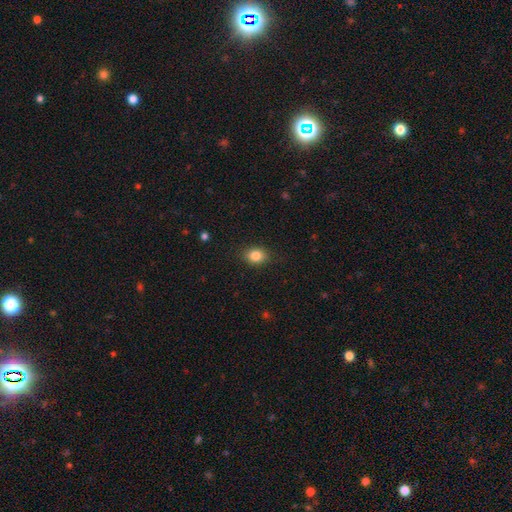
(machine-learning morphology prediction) smooth_or_featured: smooth (p=0.83) [alt: star or artifact p=0.10]
how_rounded: in between (p=0.59) [alt: round p=0.40]
merging: none (p=0.85) [alt: minor disturbance p=0.11]